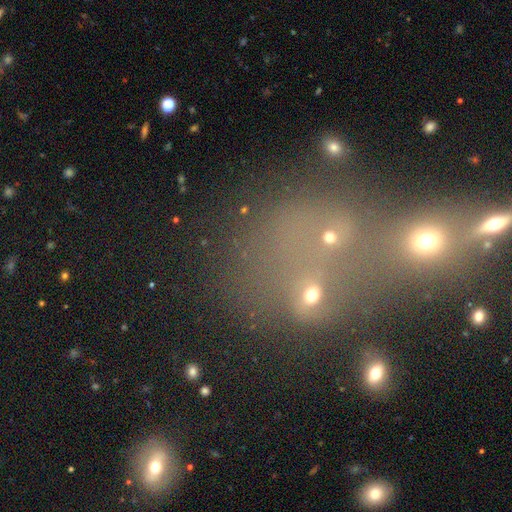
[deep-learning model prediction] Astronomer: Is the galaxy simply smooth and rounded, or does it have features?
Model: star or artifact — 45% (runner-up: smooth, 38%).